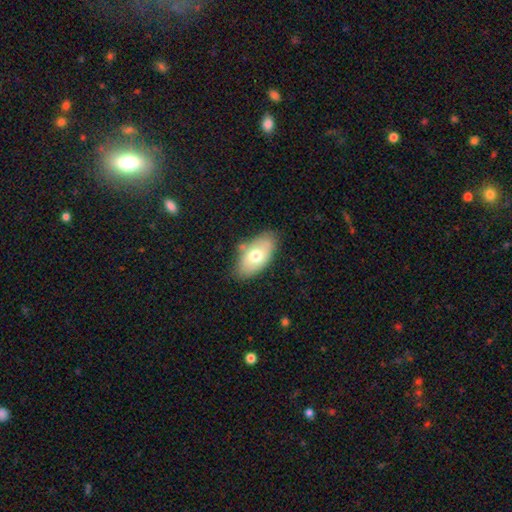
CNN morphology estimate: A smooth galaxy with no disk features (68%) that is in between round and cigar-shaped (93%).

Vote fractions:
- Smooth or featured? smooth: 68% / featured or disk: 25% / star or artifact: 7%
- How rounded? in between: 93% / round: 4% / cigar-shaped: 3%
- Merging? none: 74% / minor disturbance: 19% / major disturbance: 4% / merger: 4%